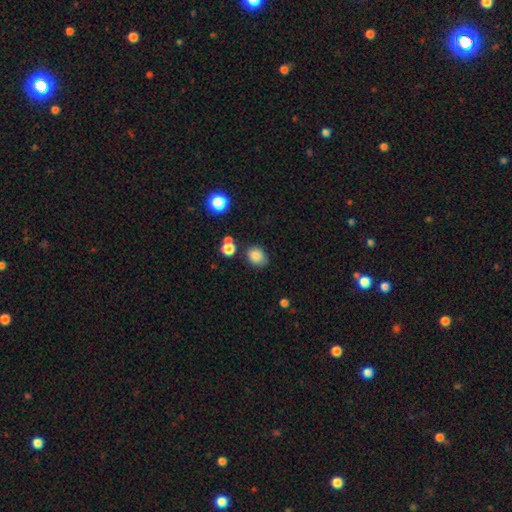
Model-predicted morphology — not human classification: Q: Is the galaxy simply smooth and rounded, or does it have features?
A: smooth — 83%.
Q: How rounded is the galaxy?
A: round — 51%.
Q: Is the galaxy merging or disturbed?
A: none — 68%.